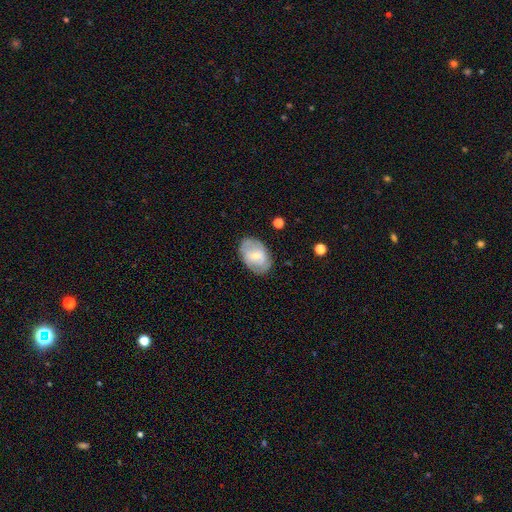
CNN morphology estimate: This appears to be a smooth galaxy with no disk features (49%). Merging: none (76%).